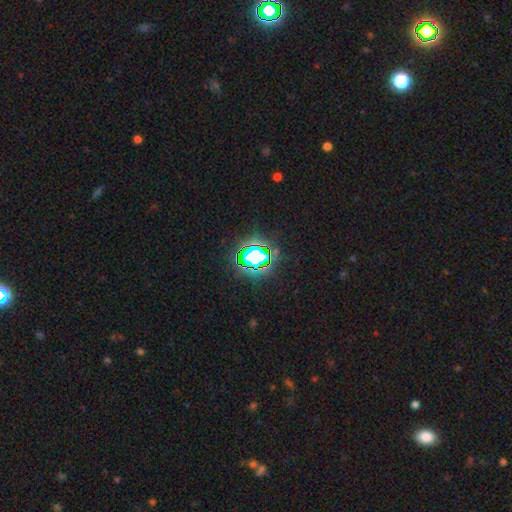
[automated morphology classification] Overall: star or artifact (70%).